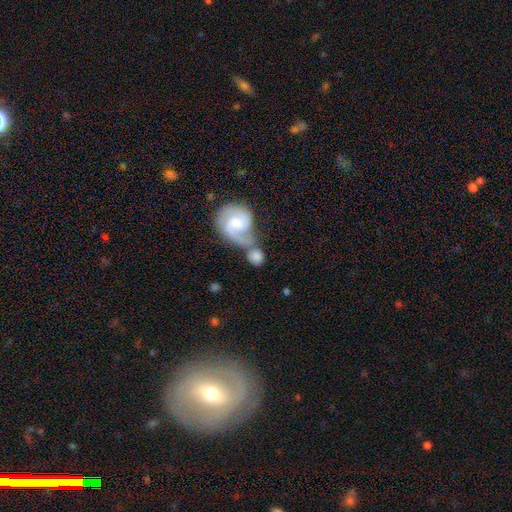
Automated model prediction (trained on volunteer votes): Q: Smooth or featured?
A: smooth (60%); runner-up: featured or disk (33%)
Q: How rounded?
A: round (70%); runner-up: in between (27%)
Q: Merging?
A: merger (50%); runner-up: none (33%)